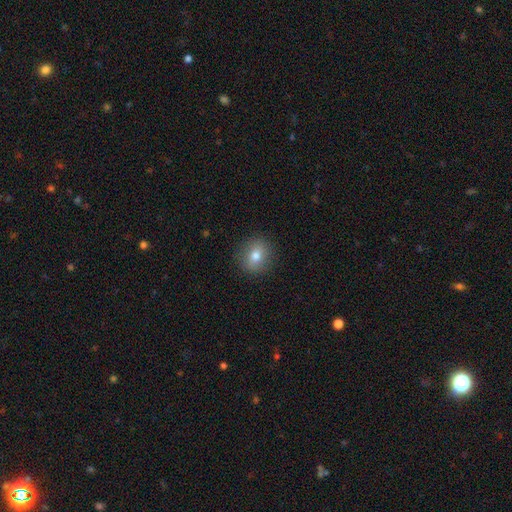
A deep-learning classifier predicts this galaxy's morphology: This is likely a smooth galaxy (75%). How rounded: likely round (69%). Merging: clearly none (89%).